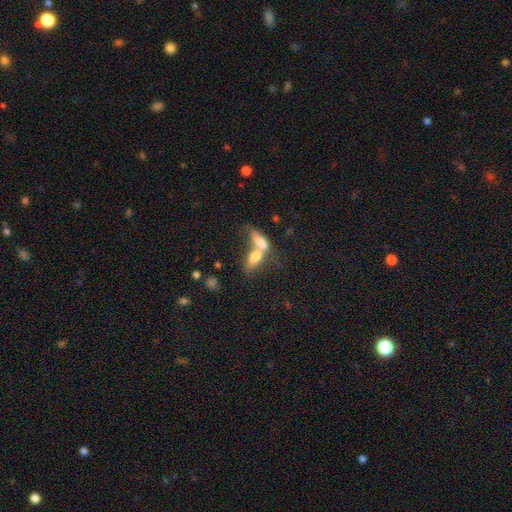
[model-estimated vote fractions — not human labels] This appears to be a smooth galaxy with no disk features (70%) that is in between round and cigar-shaped (73%). Merging: merger (73%).